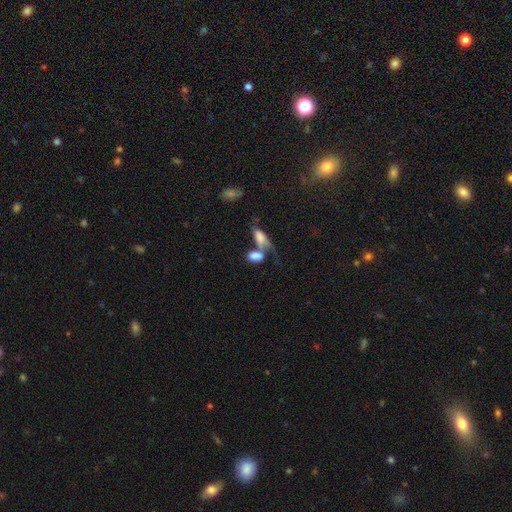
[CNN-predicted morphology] smooth-or-featured: smooth: 74% | featured or disk: 17% | star or artifact: 9%
  how-rounded: in between: 88% | round: 6% | cigar-shaped: 6%
  merging: merger: 63% | none: 20% | major disturbance: 9% | minor disturbance: 9%